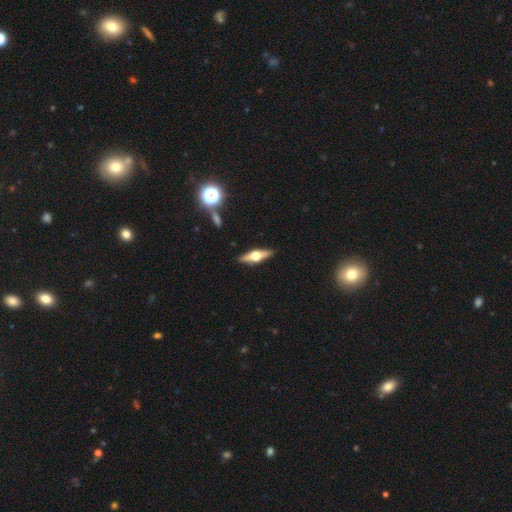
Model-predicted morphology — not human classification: smooth_or_featured: featured or disk (p=0.68) [alt: smooth p=0.26]
disk_edge_on: yes (p=0.95) [alt: no p=0.05]
edge_on_bulge: rounded (p=0.95) [alt: boxy p=0.04]
merging: none (p=0.89) [alt: minor disturbance p=0.08]